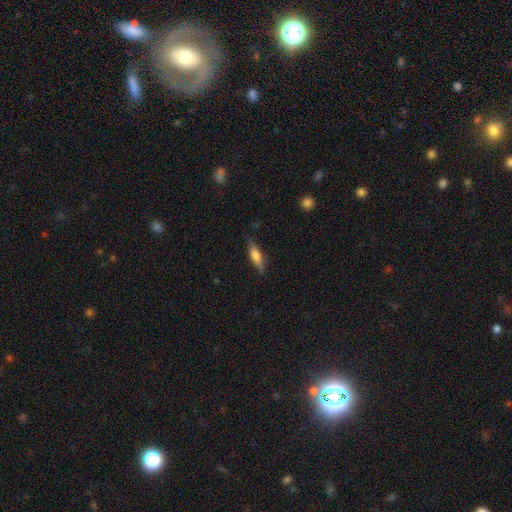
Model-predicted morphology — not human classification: smooth-or-featured: smooth: 70% | featured or disk: 23% | star or artifact: 6%
  how-rounded: cigar-shaped: 59% | in between: 39% | round: 2%
  merging: none: 81% | minor disturbance: 15% | major disturbance: 3% | merger: 1%